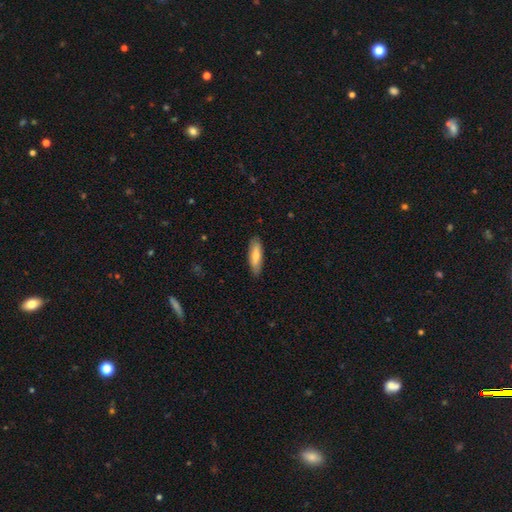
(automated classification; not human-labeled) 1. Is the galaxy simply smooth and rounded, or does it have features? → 74% smooth, 21% featured or disk, 6% star or artifact.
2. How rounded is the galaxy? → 49% cigar-shaped (tied), 49% in between (tied), 2% round.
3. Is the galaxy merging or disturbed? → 87% none, 10% minor disturbance, 2% major disturbance, 1% merger.